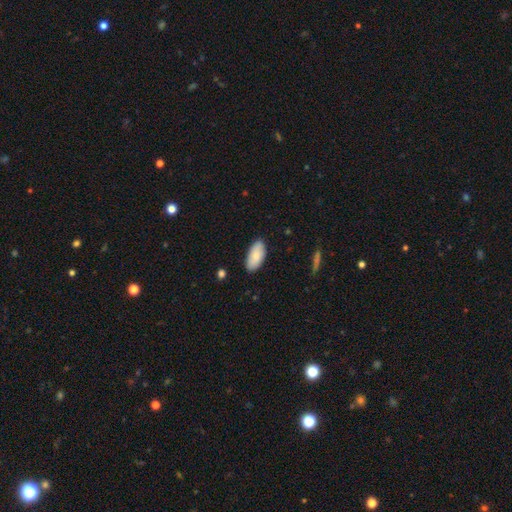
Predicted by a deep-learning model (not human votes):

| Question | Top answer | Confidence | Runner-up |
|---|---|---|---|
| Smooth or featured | smooth | 84% | featured or disk (10%) |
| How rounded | in between | 94% | cigar-shaped (4%) |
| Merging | none | 85% | minor disturbance (12%) |